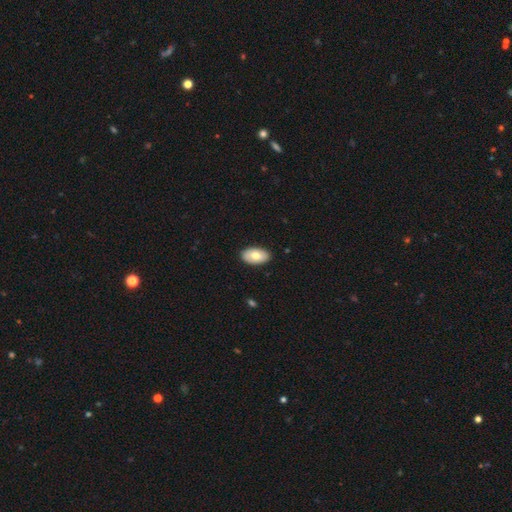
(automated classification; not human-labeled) This is likely a smooth galaxy (74%). How rounded: clearly in between (95%). Merging: clearly none (88%).